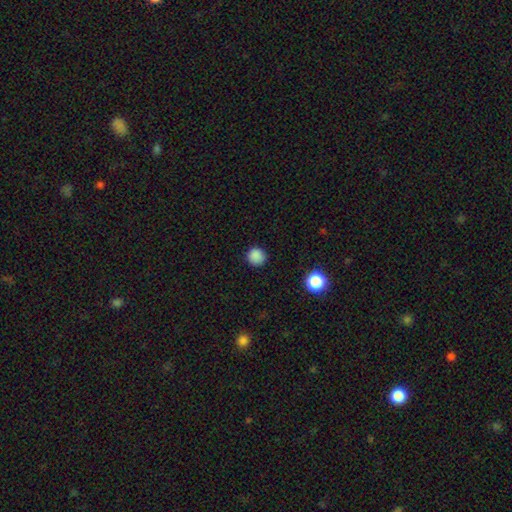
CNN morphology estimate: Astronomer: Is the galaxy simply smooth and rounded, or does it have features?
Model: smooth — 86%.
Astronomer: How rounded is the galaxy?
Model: round — 94%.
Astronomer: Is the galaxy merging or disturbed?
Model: none — 90%.